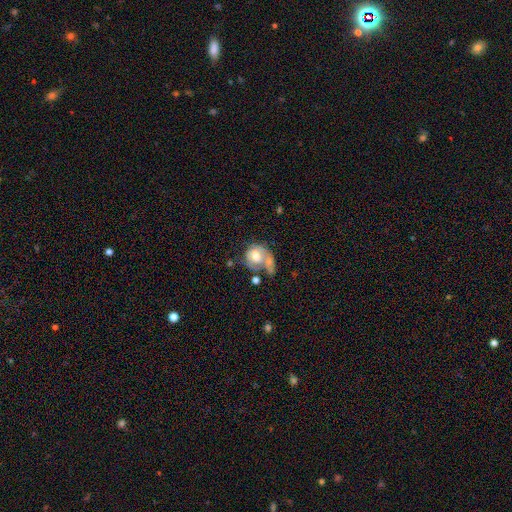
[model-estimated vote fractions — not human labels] A smooth galaxy with no disk features (52%) that is round (66%).

Vote fractions:
- Smooth or featured? smooth: 52% / featured or disk: 40% / star or artifact: 8%
- How rounded? round: 66% / in between: 33% / cigar-shaped: 1%
- Merging? merger: 43% / major disturbance: 21% / none: 20% / minor disturbance: 16%